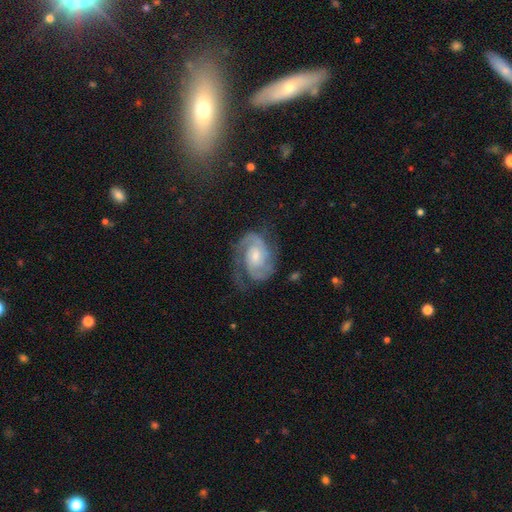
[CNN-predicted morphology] smooth_or_featured: featured or disk (p=0.88) [alt: smooth p=0.07]
disk_edge_on: no (p=0.98) [alt: yes p=0.02]
bar: no (p=0.54) [alt: weak p=0.39]
has_spiral_arms: yes (p=0.97) [alt: no p=0.03]
spiral_winding: tight (p=0.49) [alt: medium p=0.42]
spiral_arm_count: 2 (p=0.81) [alt: can't tell p=0.07]
bulge_size: moderate (p=0.46) [alt: small p=0.41]
merging: none (p=0.67) [alt: minor disturbance p=0.20]